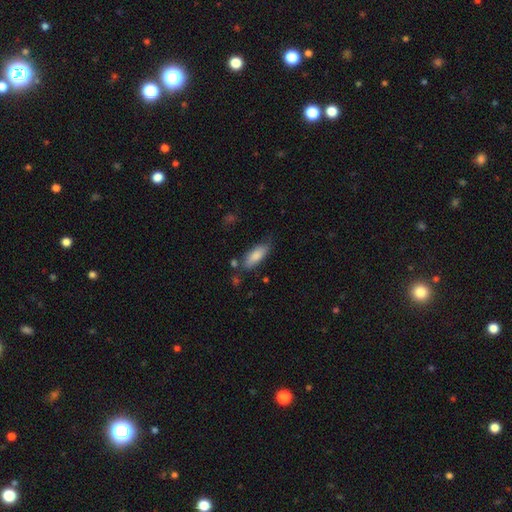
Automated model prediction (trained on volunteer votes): smooth-or-featured: smooth: 83% | featured or disk: 11% | star or artifact: 6%
  how-rounded: in between: 68% | cigar-shaped: 30% | round: 2%
  merging: none: 70% | minor disturbance: 20% | merger: 5% | major disturbance: 5%